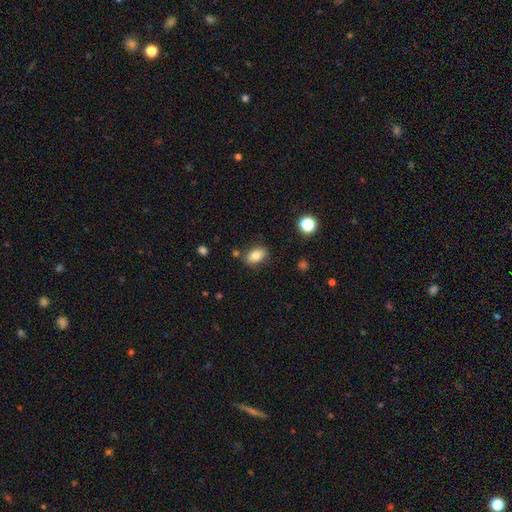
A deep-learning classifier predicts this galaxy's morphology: type=smooth (81%); roundness=in between (87%); merging=none (80%).